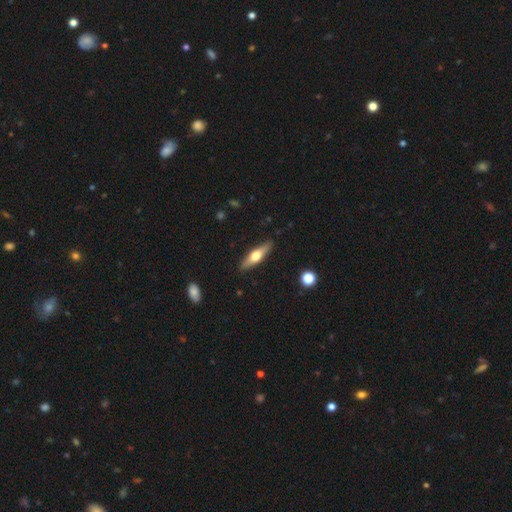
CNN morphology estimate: This appears to be a featured or disk galaxy (51%) viewed edge-on (92%). Merging: none (88%).